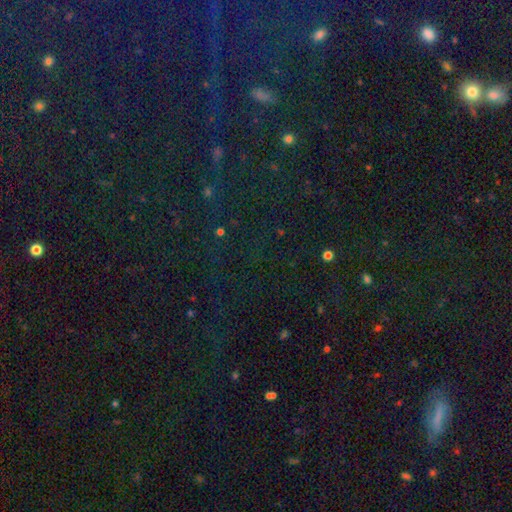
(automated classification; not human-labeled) This appears to be a star or artifact, not a galaxy (80%).